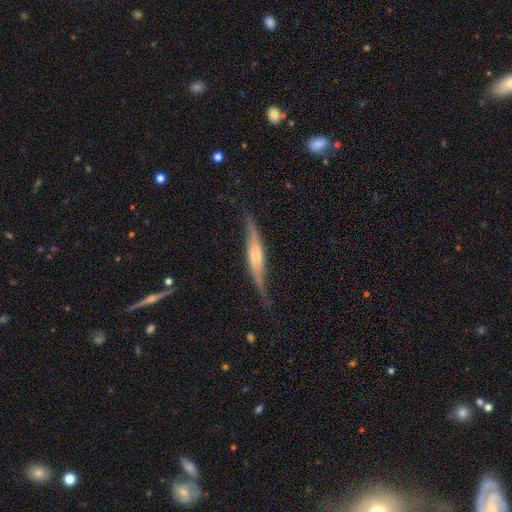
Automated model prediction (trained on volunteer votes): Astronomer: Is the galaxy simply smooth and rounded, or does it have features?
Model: featured or disk — 65%.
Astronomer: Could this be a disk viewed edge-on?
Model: yes — 88%.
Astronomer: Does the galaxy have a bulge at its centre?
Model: rounded — 56%.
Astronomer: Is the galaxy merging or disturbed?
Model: none — 69%.